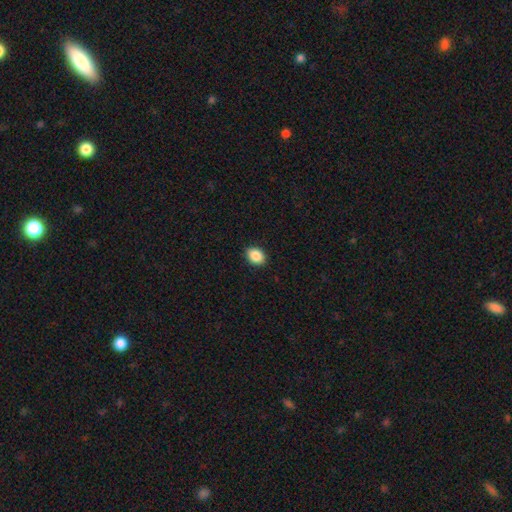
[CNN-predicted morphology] This appears to be a smooth galaxy with no disk features (88%) that is in between round and cigar-shaped (69%). Merging: none (90%).